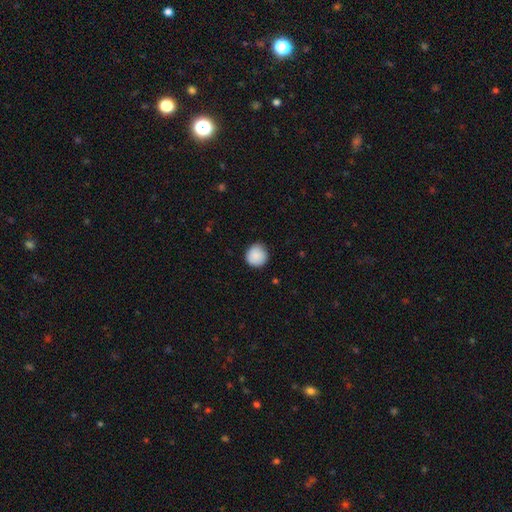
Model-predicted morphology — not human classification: smooth-or-featured: smooth: 89% | star or artifact: 8% | featured or disk: 4%
  how-rounded: round: 93% | in between: 6% | cigar-shaped: 1%
  merging: none: 82% | minor disturbance: 14% | major disturbance: 2% | merger: 1%